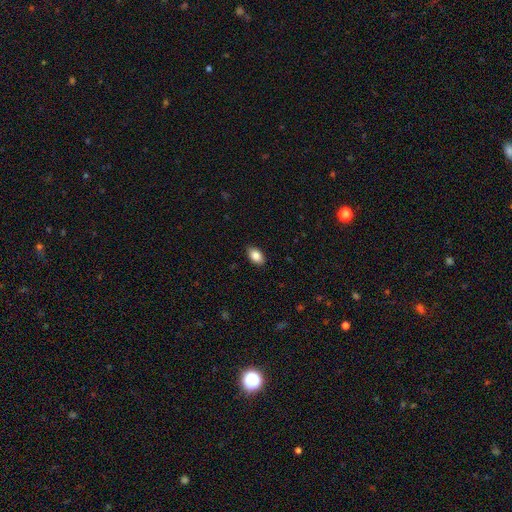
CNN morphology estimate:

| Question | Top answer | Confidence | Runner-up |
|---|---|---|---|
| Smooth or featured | smooth | 85% | featured or disk (7%) |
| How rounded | in between | 90% | round (8%) |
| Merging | none | 87% | minor disturbance (10%) |